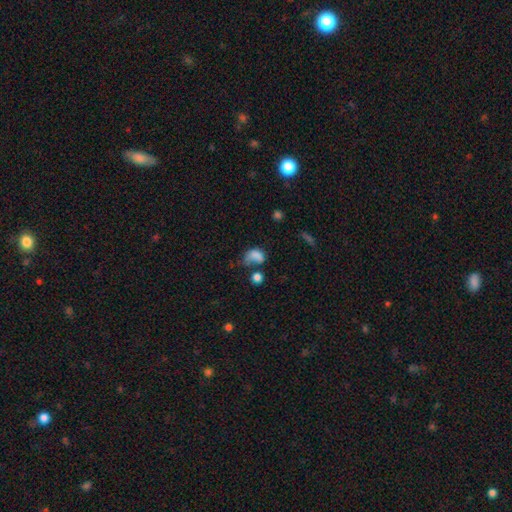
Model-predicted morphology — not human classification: Smooth or featured?
  - smooth: 72% *
  - featured or disk: 15%
  - star or artifact: 13%
How rounded?
  - in between: 69% *
  - round: 29%
  - cigar-shaped: 2%
Merging?
  - major disturbance: 34% *
  - none: 25%
  - minor disturbance: 23%
  - merger: 18%